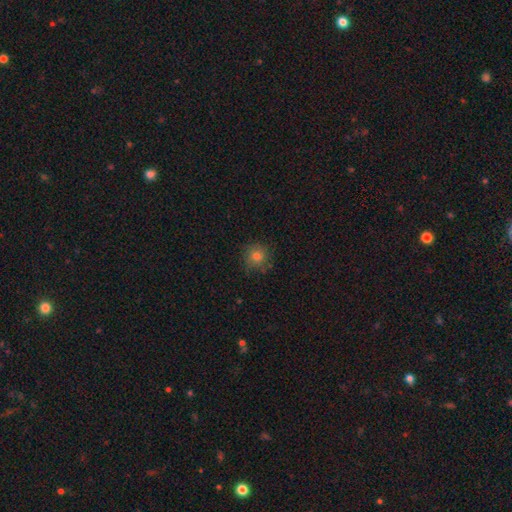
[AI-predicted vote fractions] Morphology: type=smooth (74%); roundness=round (93%); merging=none (83%).